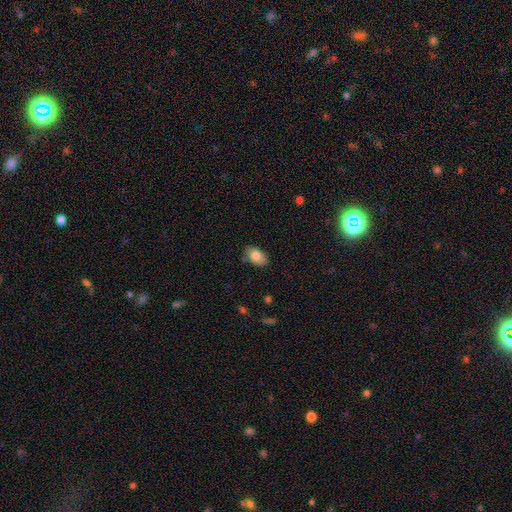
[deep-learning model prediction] smooth 83%, featured or disk 10%, star or artifact 7%. Down the decision tree: how rounded — in between (91%); merging — none (79%).